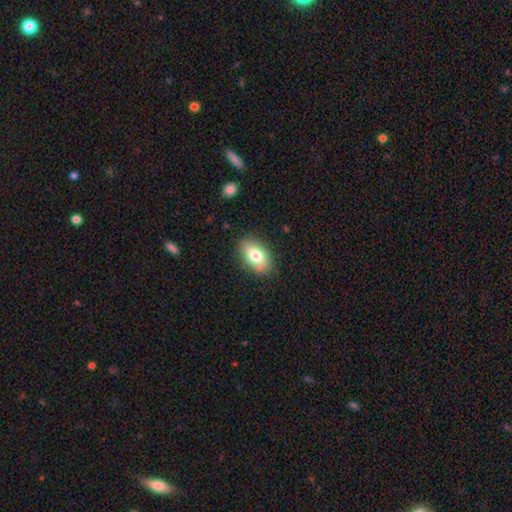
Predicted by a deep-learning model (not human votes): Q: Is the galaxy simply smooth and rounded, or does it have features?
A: smooth — 77%.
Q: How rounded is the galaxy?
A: in between — 90%.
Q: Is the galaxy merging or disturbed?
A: none — 83%.